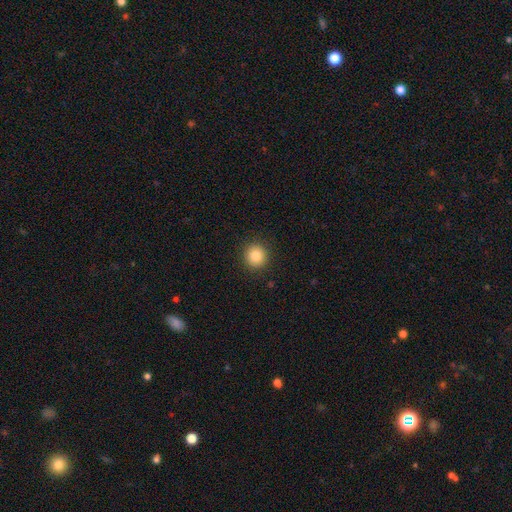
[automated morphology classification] type=smooth (85%); roundness=round (94%); merging=none (92%).